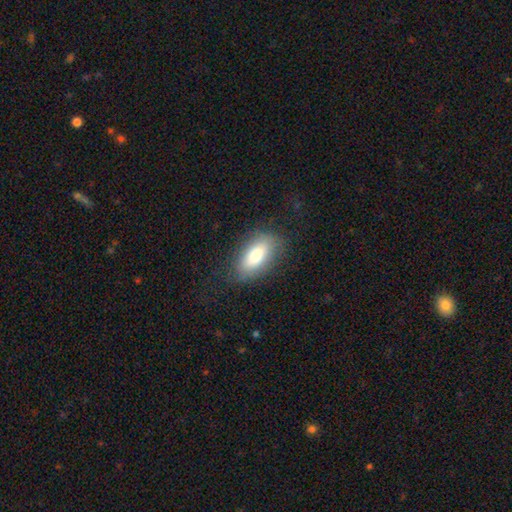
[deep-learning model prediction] Smooth or featured? smooth (80%)
How rounded? in between (87%)
Merging? none (76%)